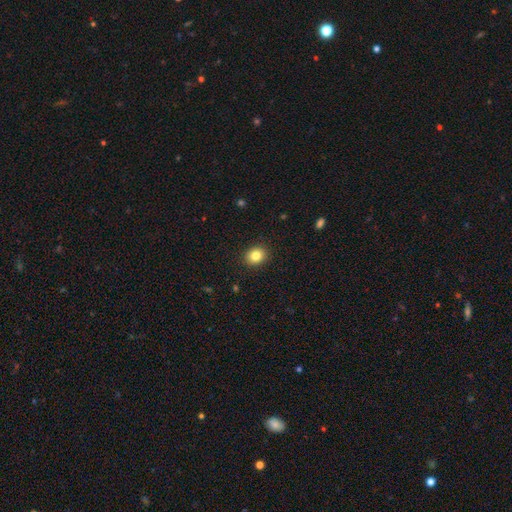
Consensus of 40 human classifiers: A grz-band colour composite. It shows a smooth galaxy with no disk features (80%) that is round (56%). Merging: none (95%).